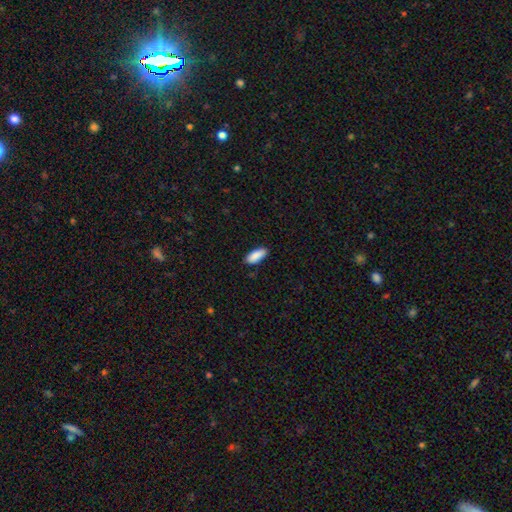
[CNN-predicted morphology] type=smooth (89%); roundness=in between (82%); merging=none (85%).